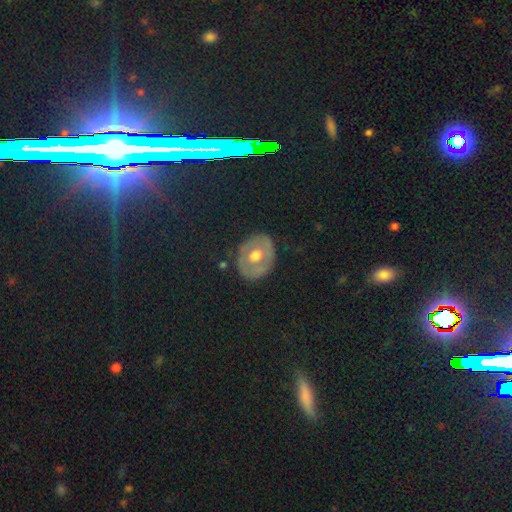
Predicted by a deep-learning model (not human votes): A smooth galaxy with no disk features (45%). Merging: none (81%).